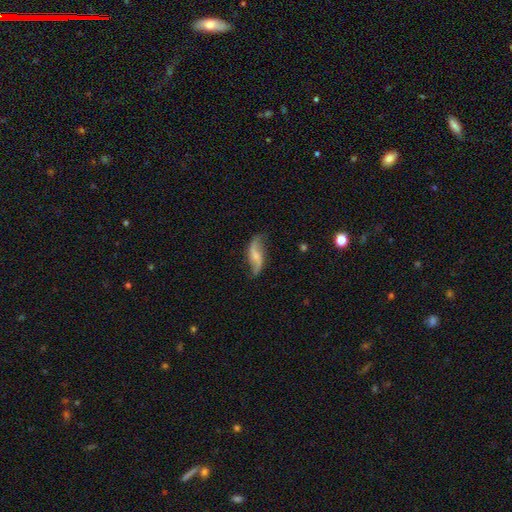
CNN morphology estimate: Smooth or featured? Predicted: featured or disk (p=0.79). Edge-on disk? Predicted: no (p=0.93). Bar? Predicted: no (p=0.46). Spiral arms? Predicted: yes (p=0.94). Spiral winding? Predicted: loose (p=0.89). Spiral arm count? Predicted: 2 (p=0.93). Bulge size? Predicted: small (p=0.62). Merging? Predicted: none (p=0.73).